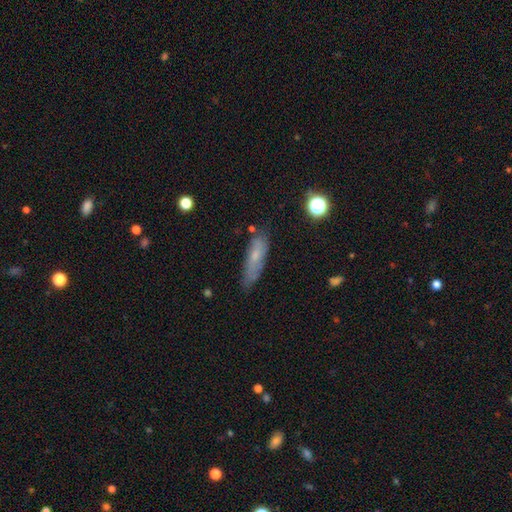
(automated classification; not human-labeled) Smooth or featured: smooth — 56% (featured or disk — 35%)
How rounded: cigar-shaped — 58% (in between — 39%)
Merging: none — 66% (minor disturbance — 25%)